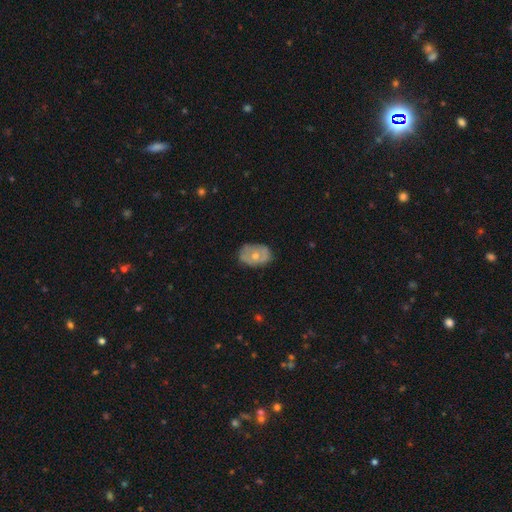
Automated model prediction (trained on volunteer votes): Morphology: type=smooth (48%); merging=none (70%).